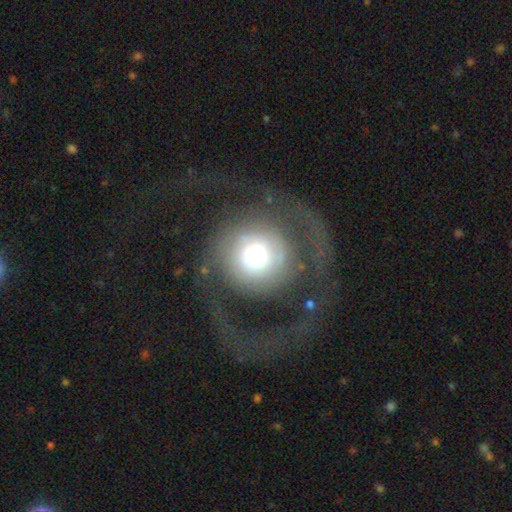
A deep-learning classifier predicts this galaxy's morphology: A smooth galaxy with no disk features (53%) that is round (92%). Merging: none (45%).